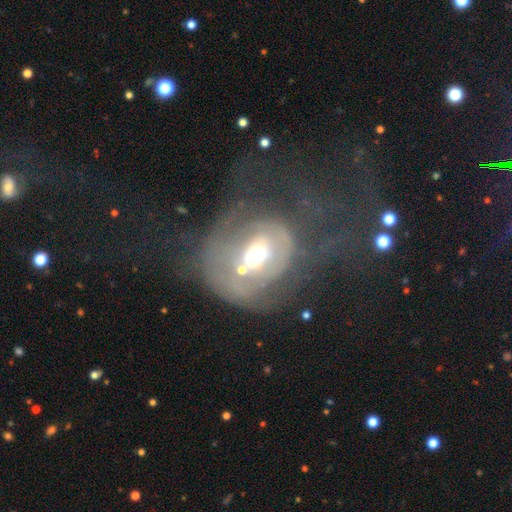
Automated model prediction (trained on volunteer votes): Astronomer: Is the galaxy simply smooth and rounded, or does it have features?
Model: featured or disk — 58%.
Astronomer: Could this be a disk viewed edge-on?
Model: no — 96%.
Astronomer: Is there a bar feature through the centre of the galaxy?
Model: no — 71%.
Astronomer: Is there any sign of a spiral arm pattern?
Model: no — 61% (runner-up: yes, 39%).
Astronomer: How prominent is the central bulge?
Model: moderate — 66%.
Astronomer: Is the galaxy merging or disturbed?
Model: major disturbance — 50%.